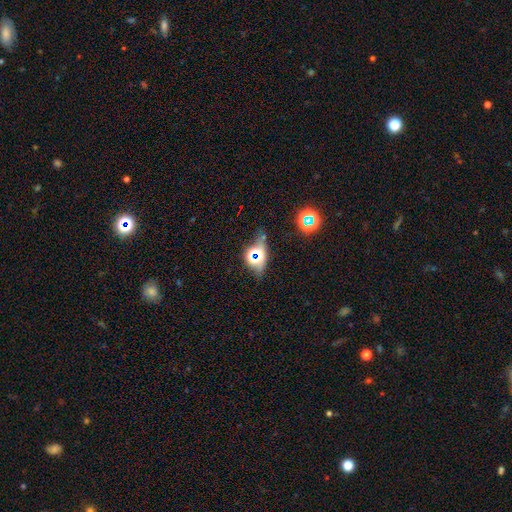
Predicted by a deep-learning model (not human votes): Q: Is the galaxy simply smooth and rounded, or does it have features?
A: star or artifact — 44%.